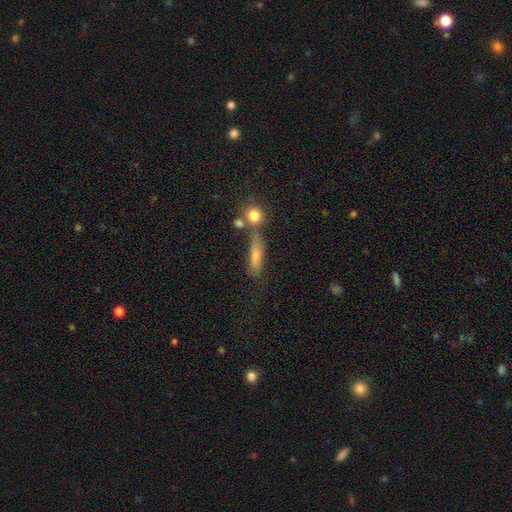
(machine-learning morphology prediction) Overall: smooth (71%). How rounded: cigar-shaped (57%; in between 34%). Merging: none (49%; merger 23%).